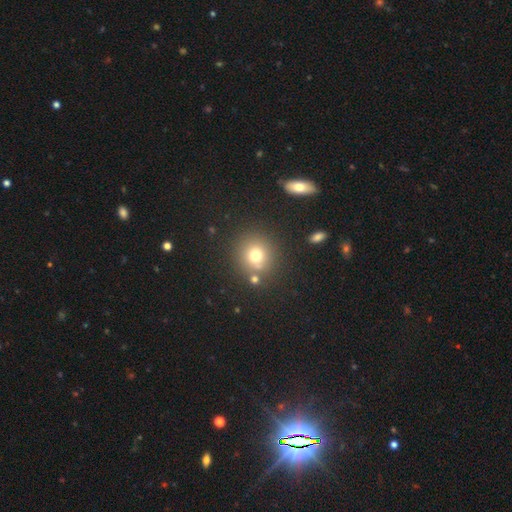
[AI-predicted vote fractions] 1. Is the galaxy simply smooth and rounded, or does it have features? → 73% smooth, 16% star or artifact, 11% featured or disk.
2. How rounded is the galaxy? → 89% round, 10% in between, 1% cigar-shaped.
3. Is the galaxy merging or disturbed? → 76% none, 11% merger, 9% minor disturbance, 4% major disturbance.